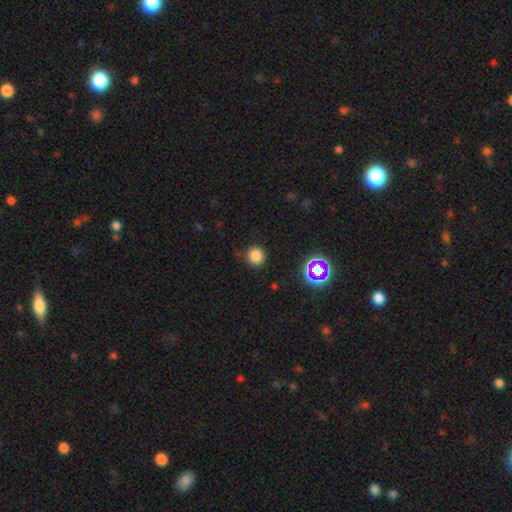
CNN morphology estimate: smooth 80%, star or artifact 16%, featured or disk 5%. Down the decision tree: how rounded — round (93%); merging — none (87%).